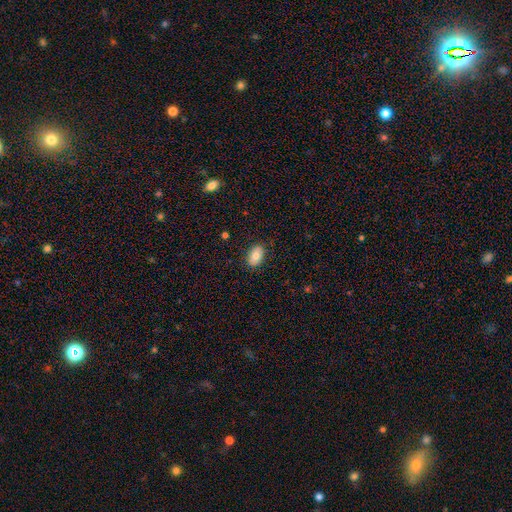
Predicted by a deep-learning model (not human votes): This is likely a smooth galaxy (75%). How rounded: clearly in between (90%). Merging: clearly none (85%).